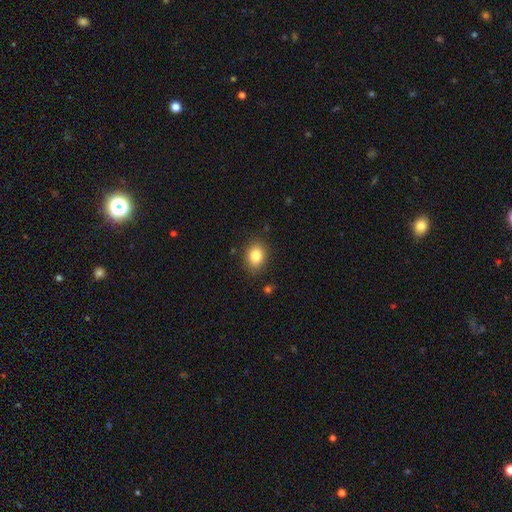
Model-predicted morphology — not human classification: Q: Smooth or featured?
A: smooth (83%); runner-up: star or artifact (10%)
Q: How rounded?
A: in between (57%); runner-up: round (42%)
Q: Merging?
A: none (87%); runner-up: minor disturbance (9%)